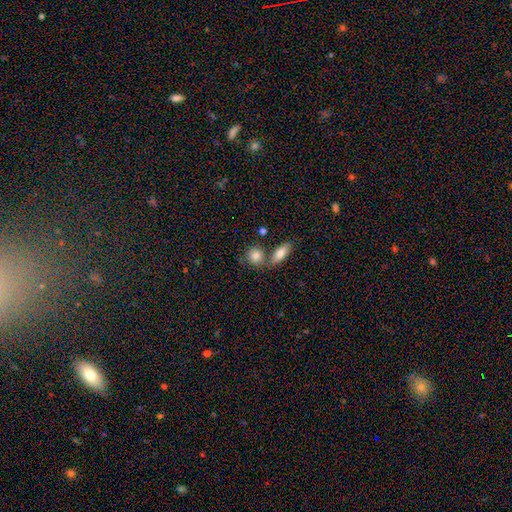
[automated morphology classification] smooth_or_featured: smooth (p=0.83) [alt: featured or disk p=0.09]
how_rounded: round (p=0.65) [alt: in between p=0.31]
merging: none (p=0.53) [alt: merger p=0.31]